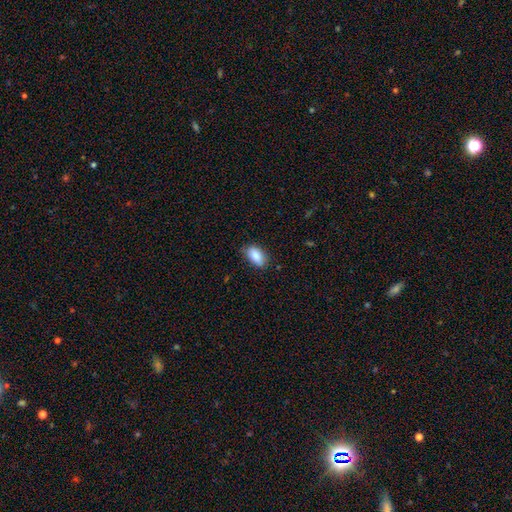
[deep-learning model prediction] A smooth galaxy with no disk features (87%) that is in between round and cigar-shaped (91%).

Vote fractions:
- Smooth or featured? smooth: 87% / star or artifact: 7% / featured or disk: 6%
- How rounded? in between: 91% / round: 5% / cigar-shaped: 4%
- Merging? none: 77% / minor disturbance: 19% / major disturbance: 3% / merger: 1%